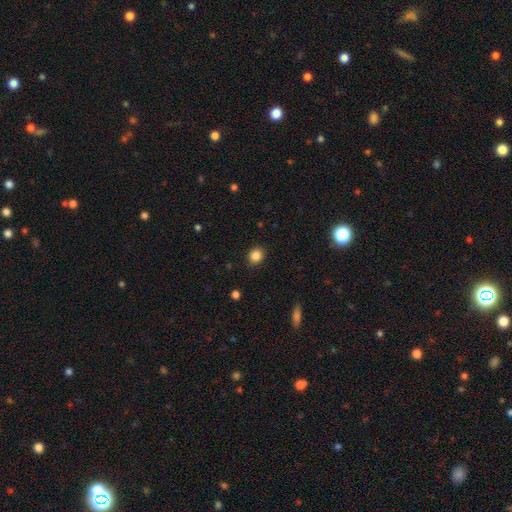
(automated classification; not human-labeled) Smooth or featured: smooth — 85% (star or artifact — 11%)
How rounded: round — 72% (in between — 27%)
Merging: none — 89% (minor disturbance — 7%)